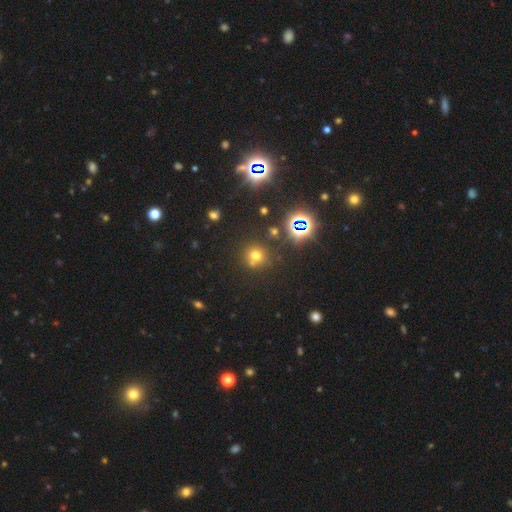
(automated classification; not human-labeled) This appears to be a smooth galaxy with no disk features (59%) that is round (89%). Merging: none (65%).